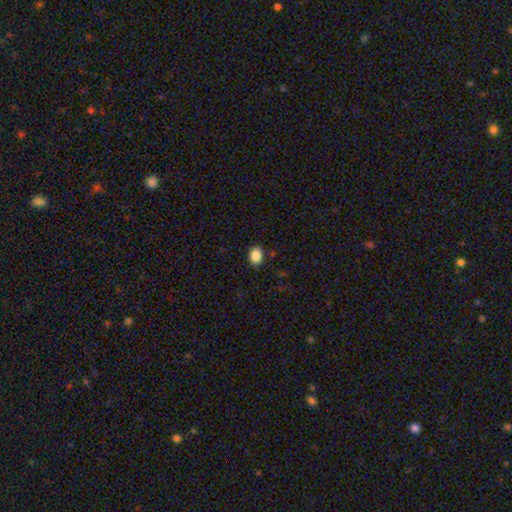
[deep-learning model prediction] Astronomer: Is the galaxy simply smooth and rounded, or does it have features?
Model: smooth — 87%.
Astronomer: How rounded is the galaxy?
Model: in between — 64%.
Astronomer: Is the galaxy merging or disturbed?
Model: none — 87%.